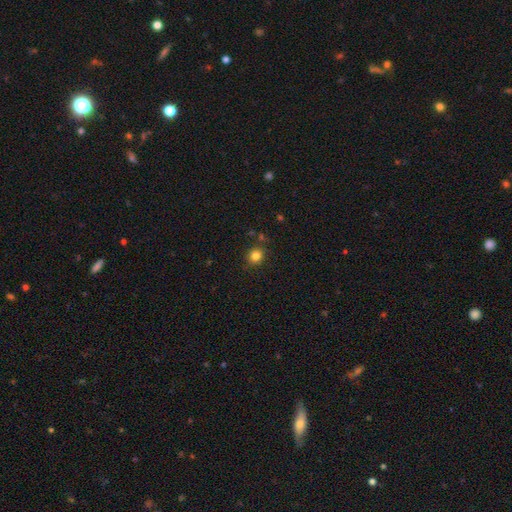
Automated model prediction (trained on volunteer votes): A smooth galaxy with no disk features (83%) that is round (82%).

Vote fractions:
- Smooth or featured? smooth: 83% / star or artifact: 12% / featured or disk: 5%
- How rounded? round: 82% / in between: 18% / cigar-shaped: 1%
- Merging? none: 85% / minor disturbance: 9% / merger: 4% / major disturbance: 3%